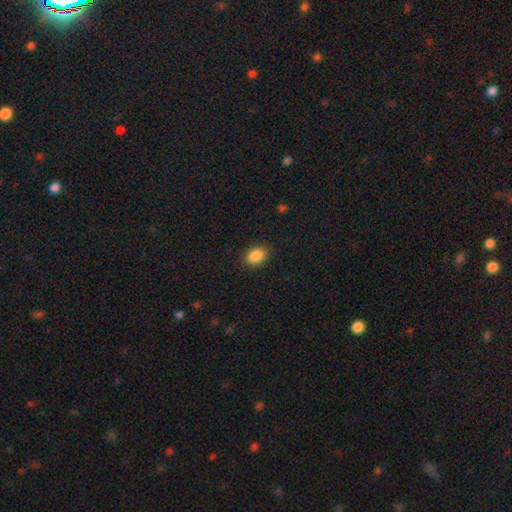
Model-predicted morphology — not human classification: Smooth or featured? smooth (88%)
How rounded? in between (77%)
Merging? none (86%)